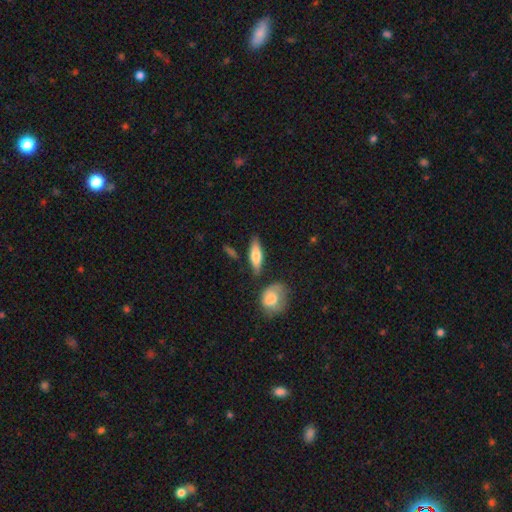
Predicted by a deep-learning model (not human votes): smooth-or-featured: smooth: 63% | featured or disk: 31% | star or artifact: 6%
  how-rounded: in between: 50% | cigar-shaped: 46% | round: 3%
  merging: none: 77% | minor disturbance: 13% | merger: 6% | major disturbance: 4%